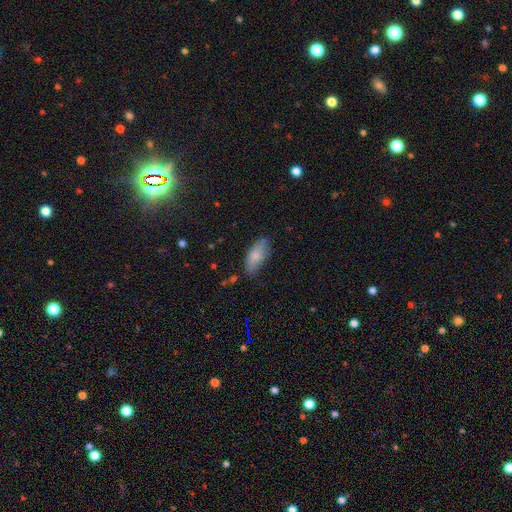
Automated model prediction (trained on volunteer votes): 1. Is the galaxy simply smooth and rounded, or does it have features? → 76% smooth, 17% featured or disk, 7% star or artifact.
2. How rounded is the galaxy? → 86% in between, 12% cigar-shaped, 2% round.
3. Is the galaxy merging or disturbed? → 72% none, 22% minor disturbance, 4% major disturbance, 2% merger.